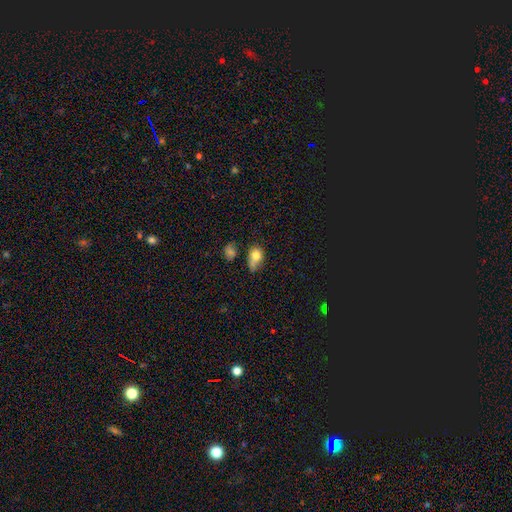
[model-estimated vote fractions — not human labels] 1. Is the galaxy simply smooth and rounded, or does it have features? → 76% smooth, 14% featured or disk, 11% star or artifact.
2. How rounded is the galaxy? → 60% in between, 38% round, 2% cigar-shaped.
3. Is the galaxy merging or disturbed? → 35% none, 29% minor disturbance, 19% merger, 16% major disturbance.